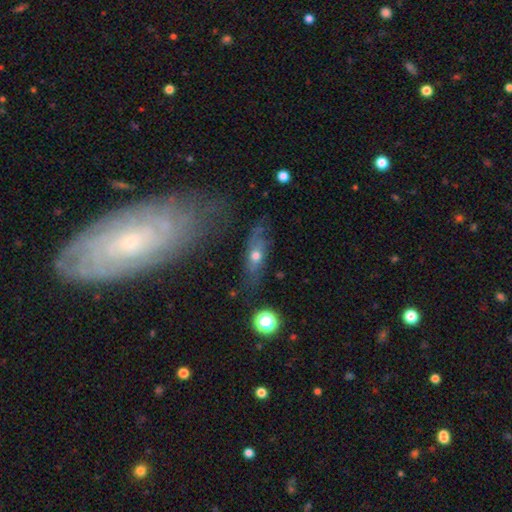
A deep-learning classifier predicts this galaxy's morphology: smooth-or-featured: smooth: 44% | featured or disk: 42% | star or artifact: 14%
  merging: none: 64% | minor disturbance: 19% | major disturbance: 12% | merger: 4%